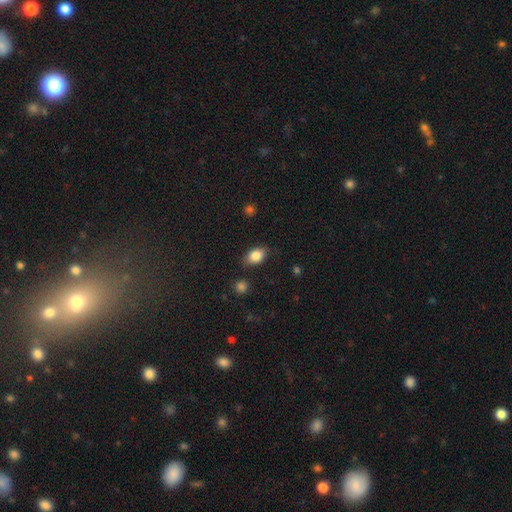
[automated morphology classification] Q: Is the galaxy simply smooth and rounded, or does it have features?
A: smooth — 84%.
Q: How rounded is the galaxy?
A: in between — 82%.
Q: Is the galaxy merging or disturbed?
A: none — 79%.